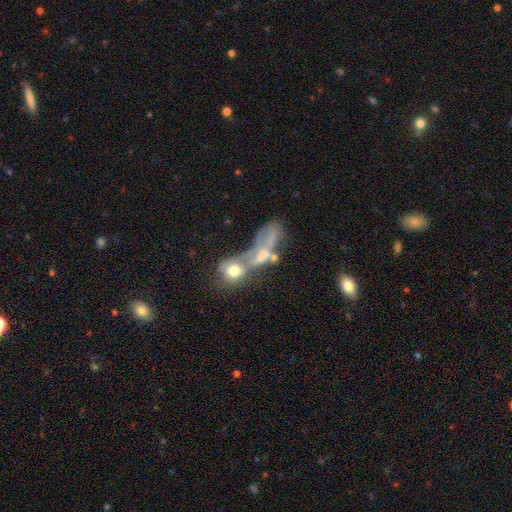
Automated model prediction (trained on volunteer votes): Smooth or featured?
  - smooth: 47% *
  - featured or disk: 33%
  - star or artifact: 20%
Merging?
  - merger: 51% *
  - none: 32%
  - minor disturbance: 9%
  - major disturbance: 8%